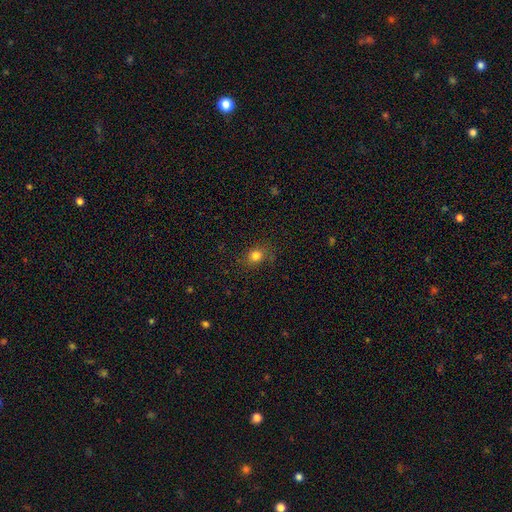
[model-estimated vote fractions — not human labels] The model was most divided on "how rounded": round: 65%, in between: 34%, cigar-shaped: 1%. More confident: merging — none (79%); smooth or featured — smooth (79%).